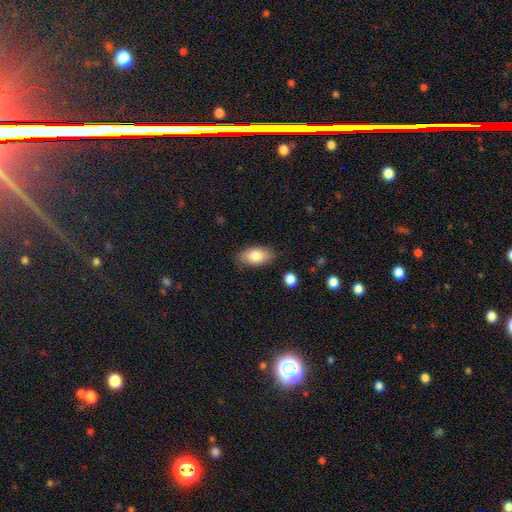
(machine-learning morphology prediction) Smooth or featured? smooth (83%)
How rounded? in between (93%)
Merging? none (81%)